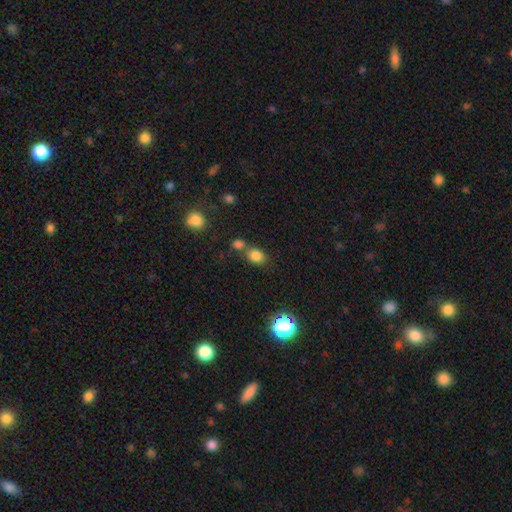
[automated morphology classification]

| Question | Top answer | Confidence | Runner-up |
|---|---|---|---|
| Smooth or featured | smooth | 80% | star or artifact (14%) |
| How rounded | round | 50% | in between (48%) |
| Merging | none | 56% | merger (28%) |